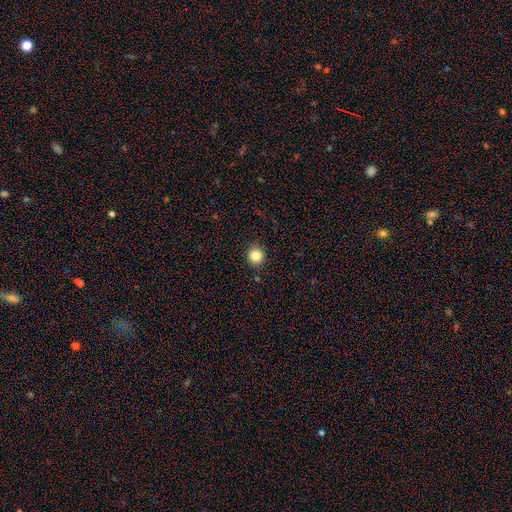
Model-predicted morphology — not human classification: This is clearly a smooth galaxy (85%). How rounded: clearly round (90%). Merging: clearly none (90%).